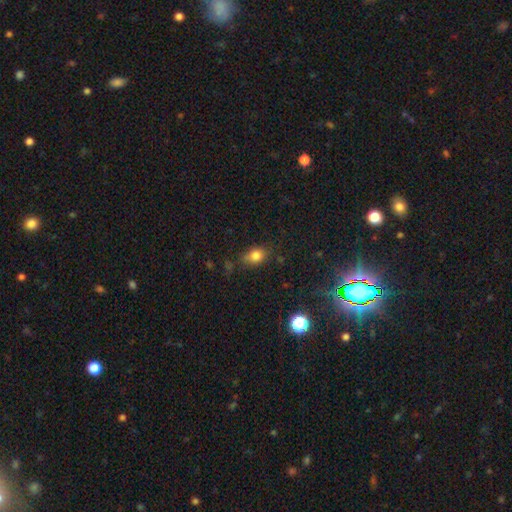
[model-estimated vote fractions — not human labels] The model was most divided on "how rounded": in between: 63%, round: 34%, cigar-shaped: 3%. More confident: smooth or featured — smooth (80%); merging — none (66%).